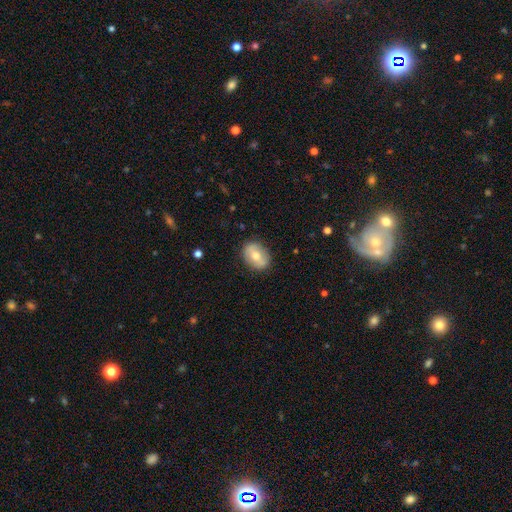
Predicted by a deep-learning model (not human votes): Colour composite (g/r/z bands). It shows a smooth galaxy with no disk features (59%) that is in between round and cigar-shaped (68%). Merging: none (84%).